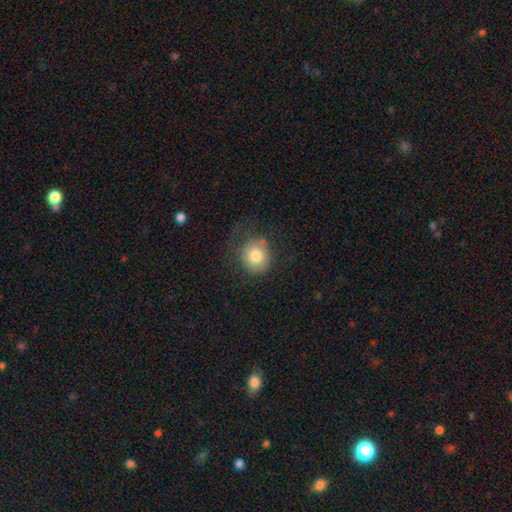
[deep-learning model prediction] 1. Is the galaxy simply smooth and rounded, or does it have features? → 78% smooth, 13% featured or disk, 9% star or artifact.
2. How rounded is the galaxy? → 86% round, 13% in between, 1% cigar-shaped.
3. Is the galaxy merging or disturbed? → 65% none, 20% minor disturbance, 13% major disturbance, 2% merger.